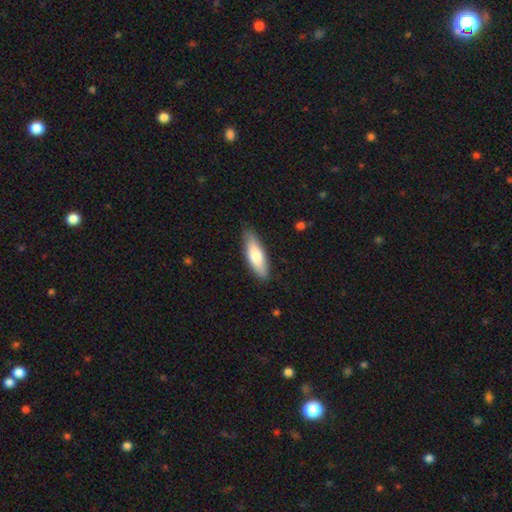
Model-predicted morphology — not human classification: Smooth or featured? smooth (74%)
How rounded? in between (52%)
Merging? none (86%)